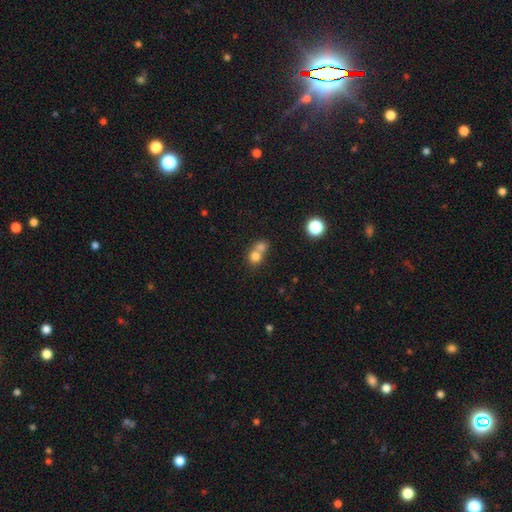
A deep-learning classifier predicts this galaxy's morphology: This is likely a smooth galaxy (76%). How rounded: clearly round (80%). Merging: likely merger (60%).